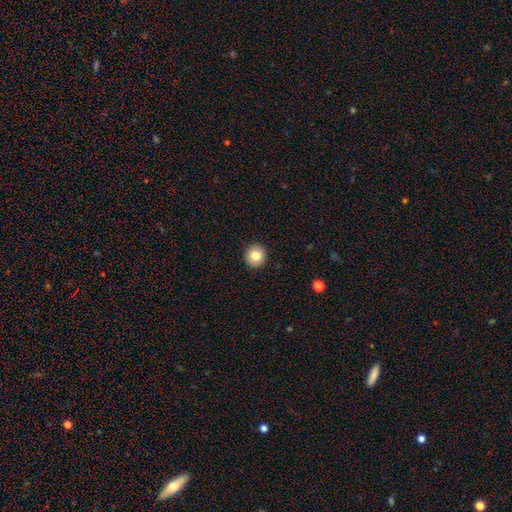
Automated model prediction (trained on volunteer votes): A smooth galaxy with no disk features (82%) that is round (92%).

Vote fractions:
- Smooth or featured? smooth: 82% / star or artifact: 10% / featured or disk: 9%
- How rounded? round: 92% / in between: 7% / cigar-shaped: 1%
- Merging? none: 93% / minor disturbance: 5% / major disturbance: 2% / merger: 1%